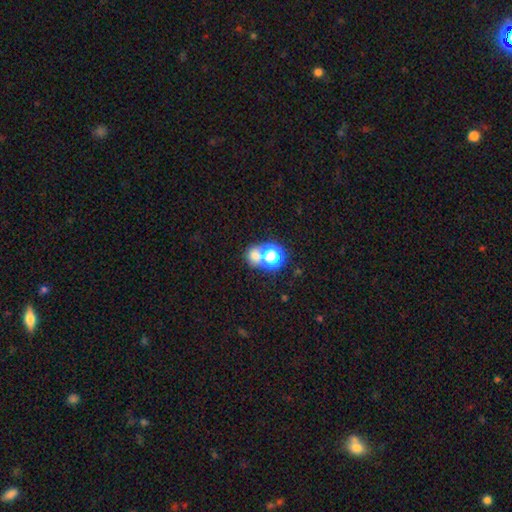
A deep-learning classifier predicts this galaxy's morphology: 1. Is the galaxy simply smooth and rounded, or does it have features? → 65% smooth, 25% star or artifact, 10% featured or disk.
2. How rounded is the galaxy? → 74% round, 25% in between, 1% cigar-shaped.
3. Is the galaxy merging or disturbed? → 45% none, 42% merger, 8% minor disturbance, 5% major disturbance.